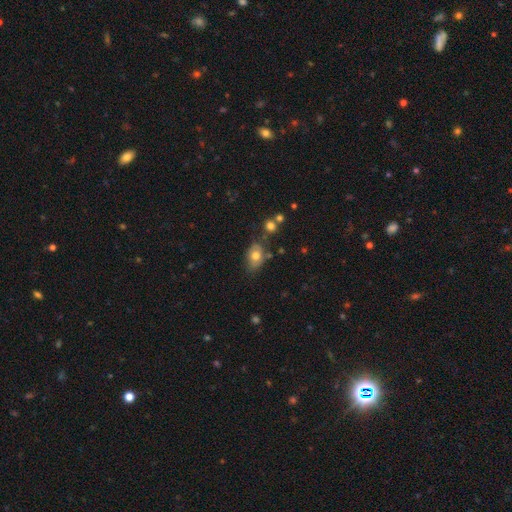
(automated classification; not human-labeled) A smooth galaxy with no disk features (71%) that is in between round and cigar-shaped (81%). Merging: none (59%).